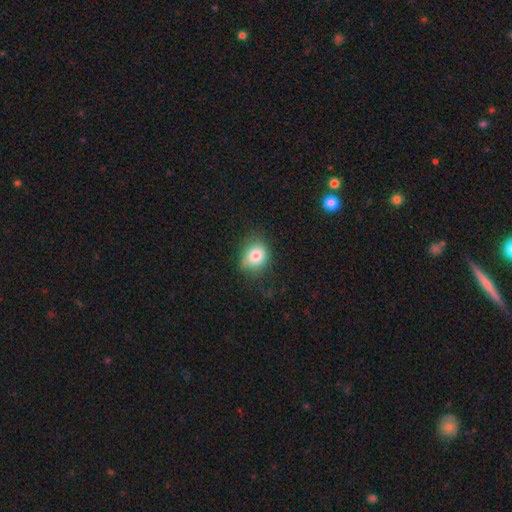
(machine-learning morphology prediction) Overall: smooth (79%). How rounded: round (60%; in between 39%). Merging: none (68%).